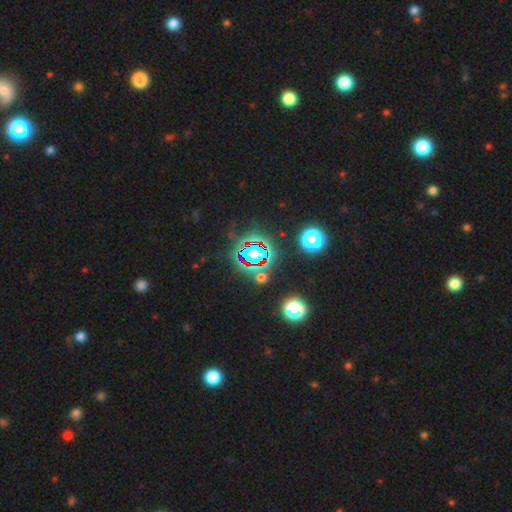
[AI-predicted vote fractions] Smooth or featured: star or artifact — 72% (smooth — 17%)